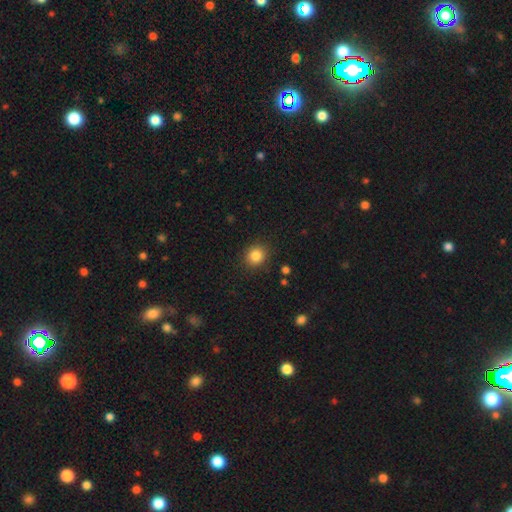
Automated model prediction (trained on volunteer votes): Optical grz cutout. It shows a smooth galaxy with no disk features (85%) that is round (82%). Merging: none (89%).